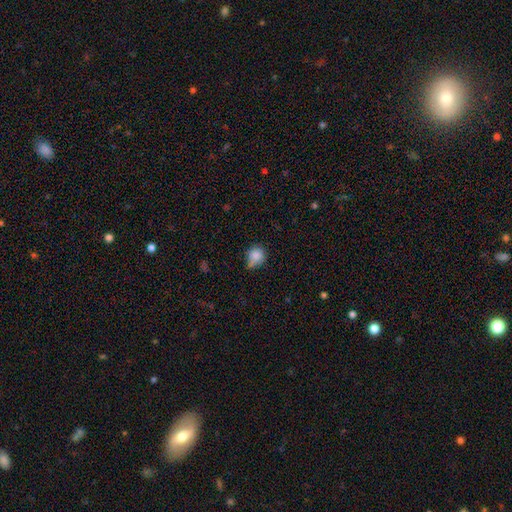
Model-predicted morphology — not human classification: A smooth galaxy with no disk features (83%) that is round (86%). Merging: none (51%).